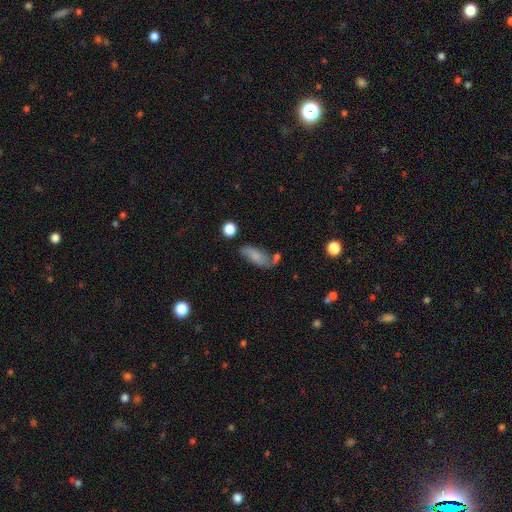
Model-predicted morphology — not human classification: The model was most divided on "merging": none: 52%, minor disturbance: 26%, merger: 13%, major disturbance: 10%. More confident: how rounded — in between (78%); smooth or featured — smooth (62%).